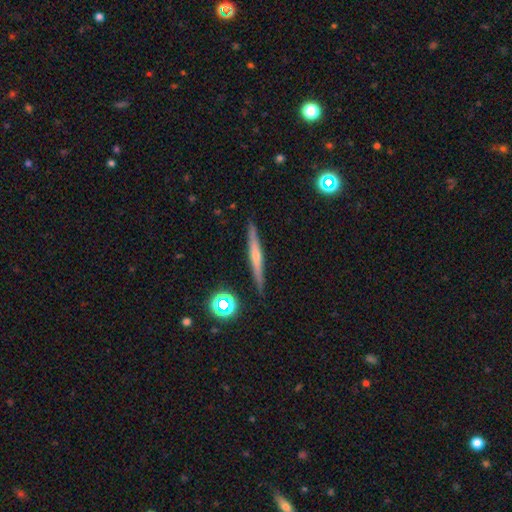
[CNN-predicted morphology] Smooth or featured? featured or disk (60%)
Edge-on disk? yes (97%)
Edge-on bulge? rounded (57%)
Merging? none (90%)